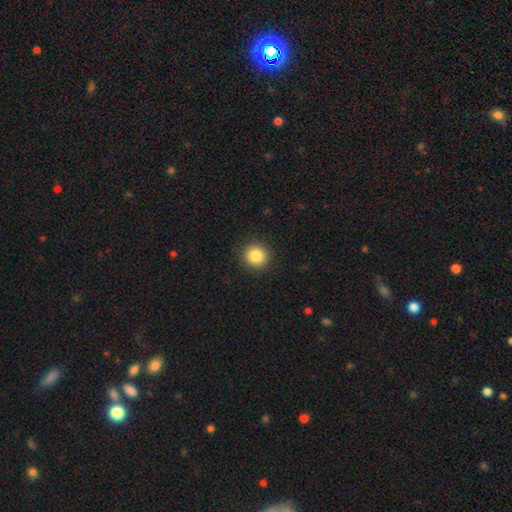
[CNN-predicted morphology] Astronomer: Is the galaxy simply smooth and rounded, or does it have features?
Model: smooth — 85%.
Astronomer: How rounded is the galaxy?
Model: round — 92%.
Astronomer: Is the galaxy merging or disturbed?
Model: none — 91%.